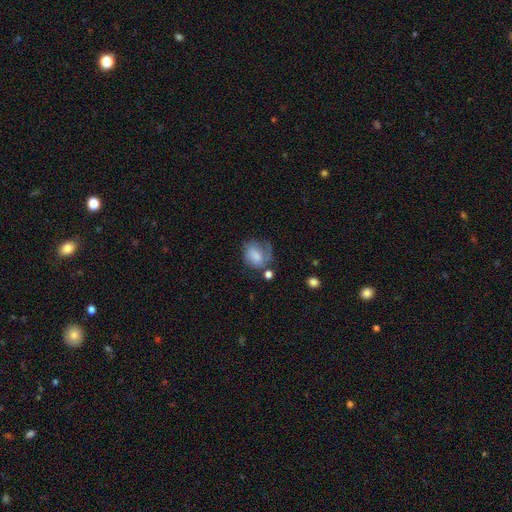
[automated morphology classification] smooth 70%, featured or disk 21%, star or artifact 9%. Down the decision tree: how rounded — in between (52%); merging — none (40%).